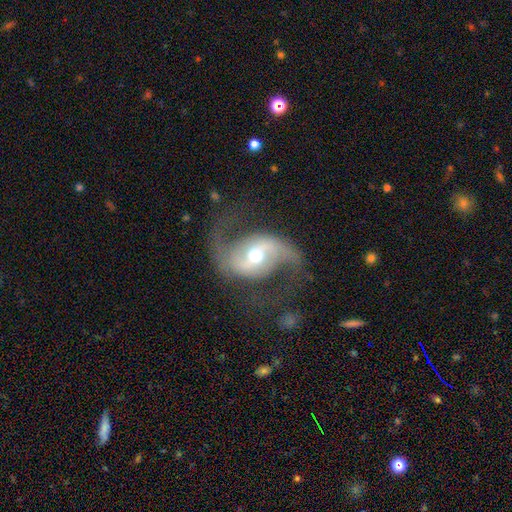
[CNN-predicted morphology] This appears to be a featured or disk galaxy (89%) with a strong bar (39%), 2 (94%) loose (59%) spiral arms (95%) and a moderate central bulge (70%). Merging: none (72%).